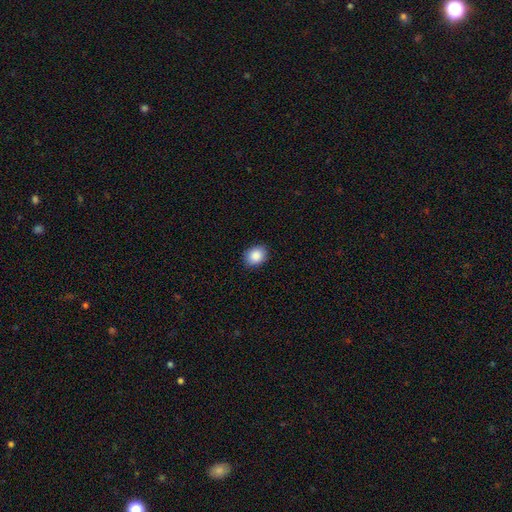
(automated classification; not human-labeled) smooth 89%, star or artifact 8%, featured or disk 4%. Down the decision tree: how rounded — in between (54%); merging — none (88%).